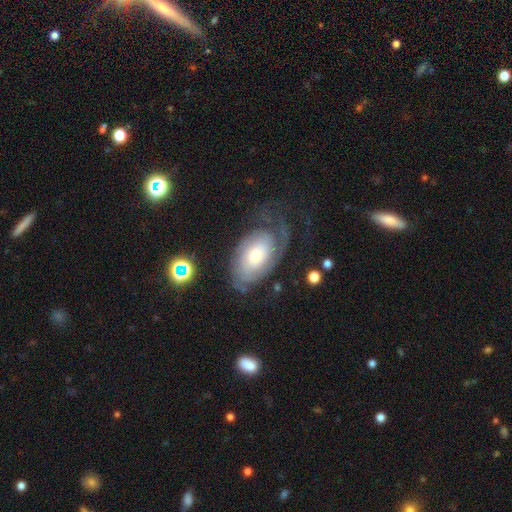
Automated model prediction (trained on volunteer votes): smooth-or-featured: featured or disk: 78% | smooth: 16% | star or artifact: 6%
  disk-edge-on: no: 95% | yes: 5%
    bar: no: 75% | weak: 20% | strong: 5%
    has-spiral-arms: yes: 91% | no: 9%
      spiral-winding: tight: 60% | medium: 27% | loose: 13%
      spiral-arm-count: 2: 39% | can't tell: 30% | 1: 17% | 3: 7% | 4: 3% | more than 4: 3%
    bulge-size: small: 49% | moderate: 41% | large: 7% | dominant: 2% | none: 1%
  merging: none: 56% | major disturbance: 23% | minor disturbance: 19% | merger: 2%